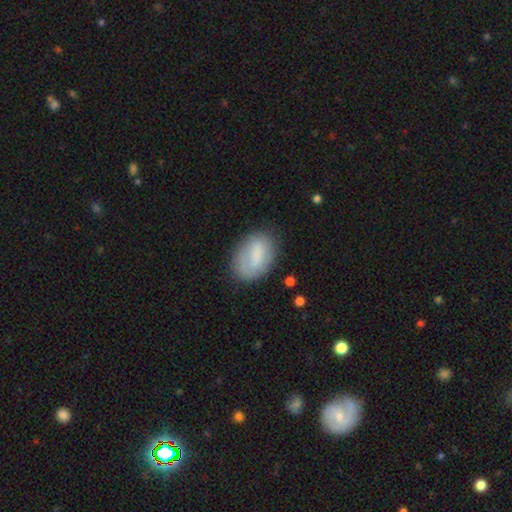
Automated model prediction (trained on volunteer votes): Smooth or featured: smooth — 72% (featured or disk — 21%)
How rounded: in between — 86% (round — 12%)
Merging: none — 70% (minor disturbance — 21%)